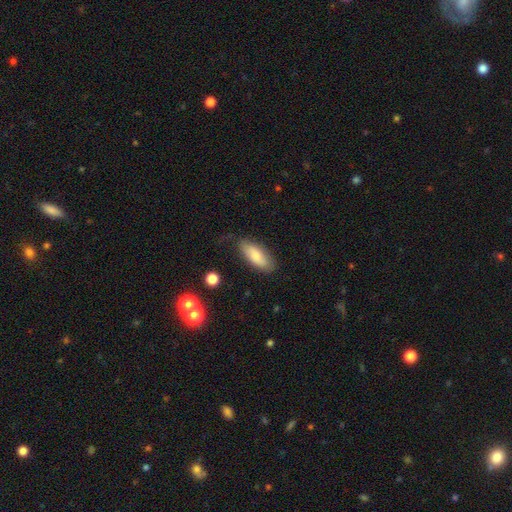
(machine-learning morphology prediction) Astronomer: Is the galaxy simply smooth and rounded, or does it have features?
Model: smooth — 77%.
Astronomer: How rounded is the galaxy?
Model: in between — 77%.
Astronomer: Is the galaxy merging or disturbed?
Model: none — 72%.